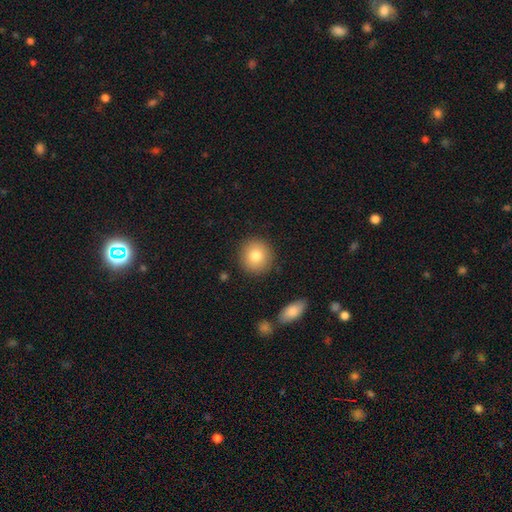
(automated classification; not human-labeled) This is clearly a smooth galaxy (80%). How rounded: clearly round (92%). Merging: clearly none (89%).